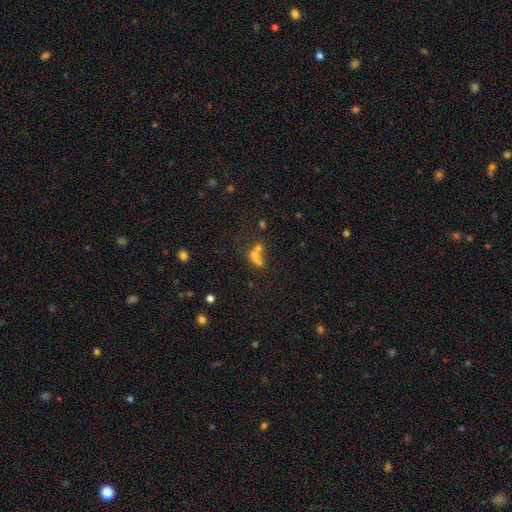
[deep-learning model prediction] Smooth or featured? smooth (60%)
How rounded? in between (49%)
Merging? merger (47%)